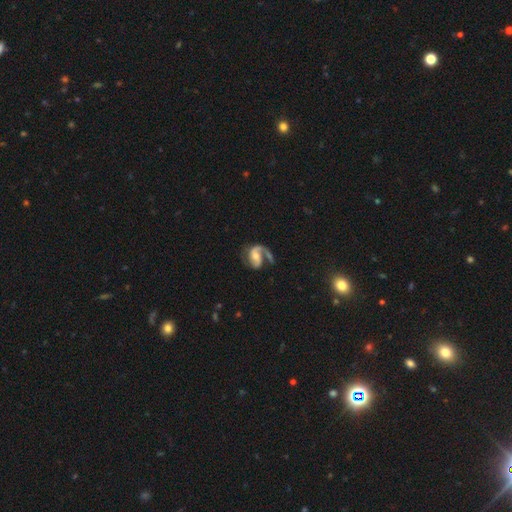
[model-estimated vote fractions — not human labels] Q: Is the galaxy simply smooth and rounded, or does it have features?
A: featured or disk — 86%.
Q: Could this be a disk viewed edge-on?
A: no — 98%.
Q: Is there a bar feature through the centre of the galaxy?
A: no — 43%.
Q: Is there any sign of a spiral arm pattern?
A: yes — 96%.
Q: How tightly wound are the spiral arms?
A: medium — 49%.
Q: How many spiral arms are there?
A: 2 — 63%.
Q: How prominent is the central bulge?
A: moderate — 48%.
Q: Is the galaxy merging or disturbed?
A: none — 50%.